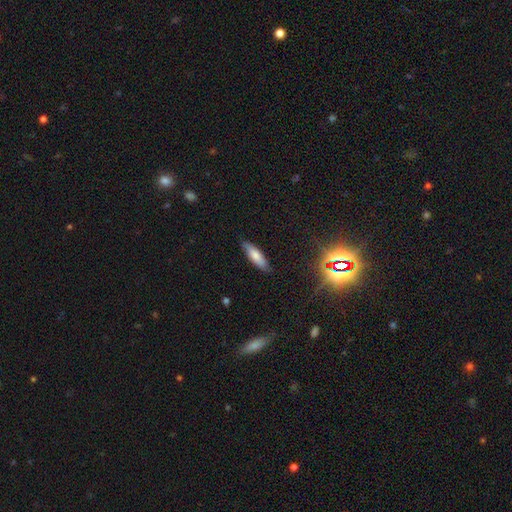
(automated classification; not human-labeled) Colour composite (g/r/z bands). It shows a smooth galaxy with no disk features (74%) that is cigar-shaped (55%). Merging: none (84%).